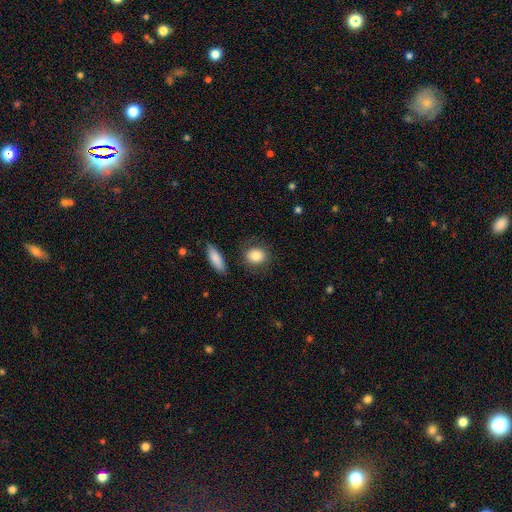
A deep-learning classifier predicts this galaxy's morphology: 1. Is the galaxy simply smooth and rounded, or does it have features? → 85% smooth, 7% star or artifact, 7% featured or disk.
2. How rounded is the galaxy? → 61% round, 37% in between, 2% cigar-shaped.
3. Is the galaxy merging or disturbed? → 81% none, 11% minor disturbance, 4% major disturbance, 4% merger.